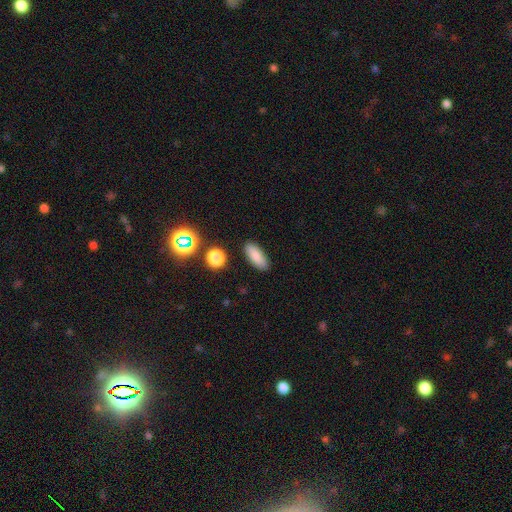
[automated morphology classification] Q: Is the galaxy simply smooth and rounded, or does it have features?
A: smooth — 82%.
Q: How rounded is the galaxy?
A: in between — 76%.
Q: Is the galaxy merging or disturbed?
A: none — 87%.